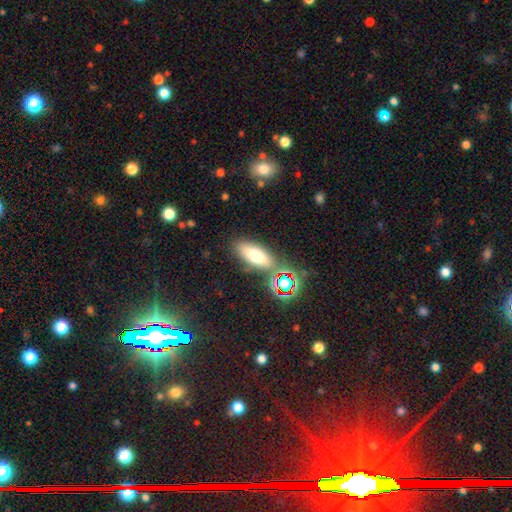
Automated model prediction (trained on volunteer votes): Q: Smooth or featured?
A: smooth (65%); runner-up: featured or disk (19%)
Q: How rounded?
A: in between (71%); runner-up: cigar-shaped (21%)
Q: Merging?
A: none (74%); runner-up: minor disturbance (13%)